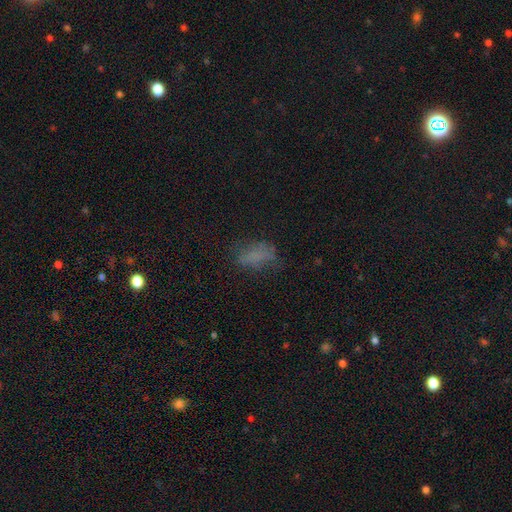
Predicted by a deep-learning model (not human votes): smooth_or_featured: smooth (p=0.65) [alt: star or artifact p=0.18]
how_rounded: in between (p=0.84) [alt: cigar-shaped p=0.10]
merging: none (p=0.55) [alt: minor disturbance p=0.24]